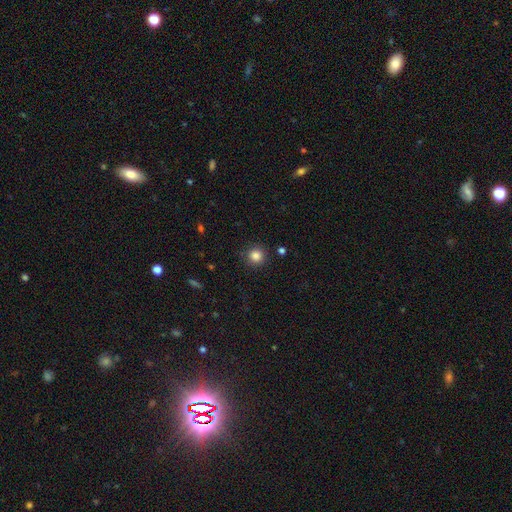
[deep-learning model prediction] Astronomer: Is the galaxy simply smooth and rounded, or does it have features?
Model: smooth — 84%.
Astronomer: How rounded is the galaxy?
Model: round — 94%.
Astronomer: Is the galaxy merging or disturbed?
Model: none — 89%.